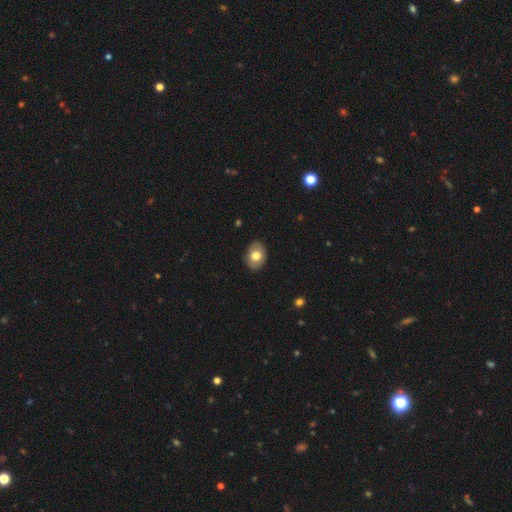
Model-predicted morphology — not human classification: smooth_or_featured: smooth (p=0.76) [alt: featured or disk p=0.17]
how_rounded: in between (p=0.71) [alt: round p=0.28]
merging: none (p=0.88) [alt: minor disturbance p=0.09]